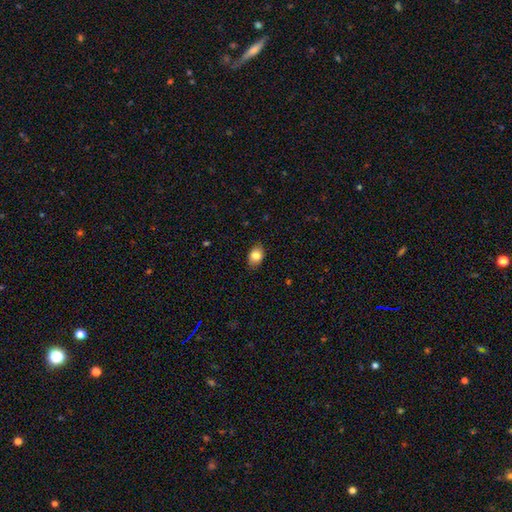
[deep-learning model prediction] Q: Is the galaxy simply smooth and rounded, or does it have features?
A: smooth — 84%.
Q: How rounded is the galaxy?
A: in between — 78%.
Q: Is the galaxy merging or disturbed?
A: none — 84%.